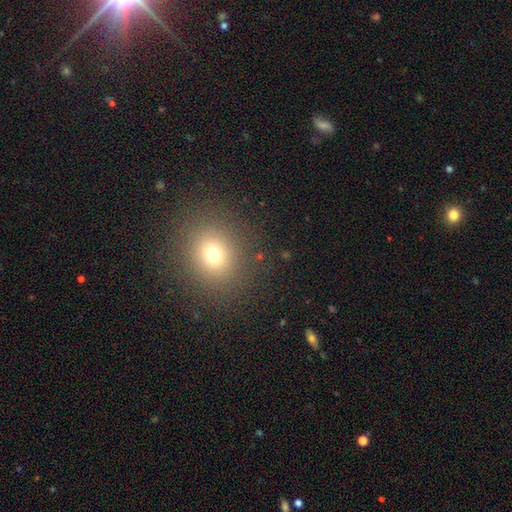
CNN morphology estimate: Smooth or featured?
  - smooth: 67% *
  - star or artifact: 25%
  - featured or disk: 8%
How rounded?
  - round: 76% *
  - in between: 23%
  - cigar-shaped: 1%
Merging?
  - none: 91% *
  - minor disturbance: 6%
  - major disturbance: 2%
  - merger: 1%